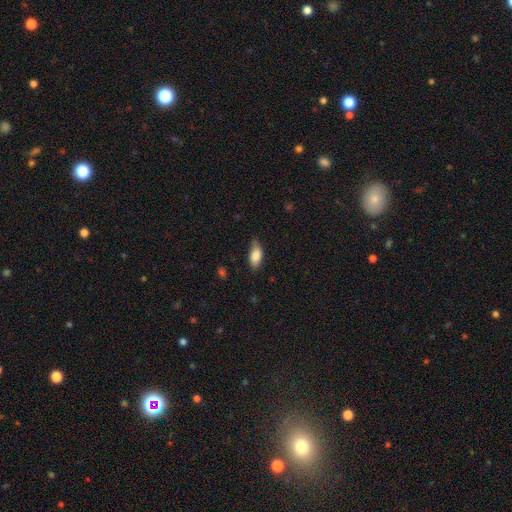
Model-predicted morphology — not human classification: A smooth galaxy with no disk features (86%) that is in between round and cigar-shaped (90%). Merging: none (65%).